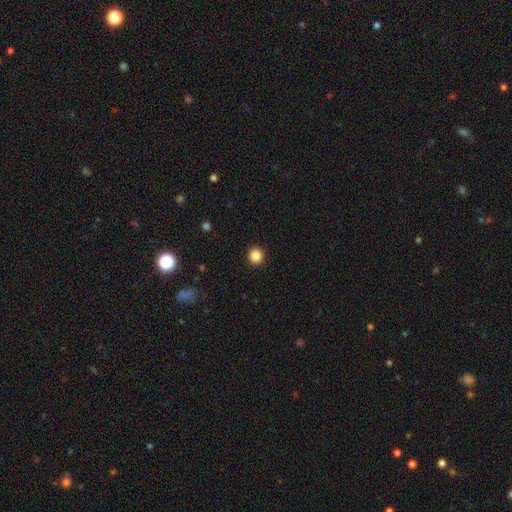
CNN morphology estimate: Smooth or featured: smooth — 86% (star or artifact — 10%)
How rounded: round — 91% (in between — 8%)
Merging: none — 93% (minor disturbance — 5%)